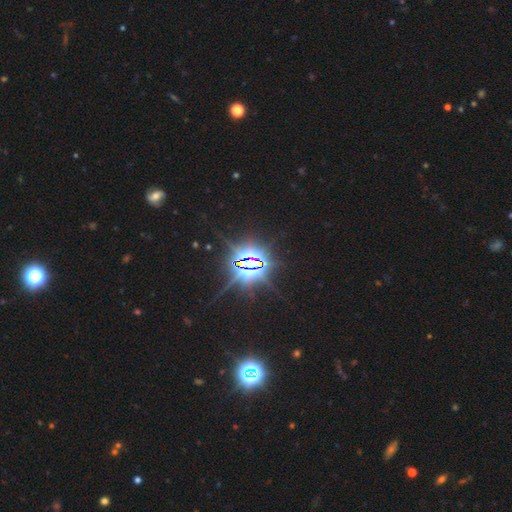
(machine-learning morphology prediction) A star or artifact, not a galaxy (86%).